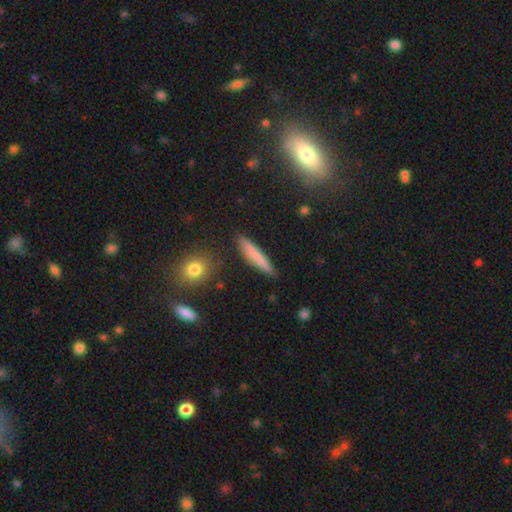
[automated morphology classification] Overall: smooth (73%). How rounded: cigar-shaped (93%). Merging: none (88%).